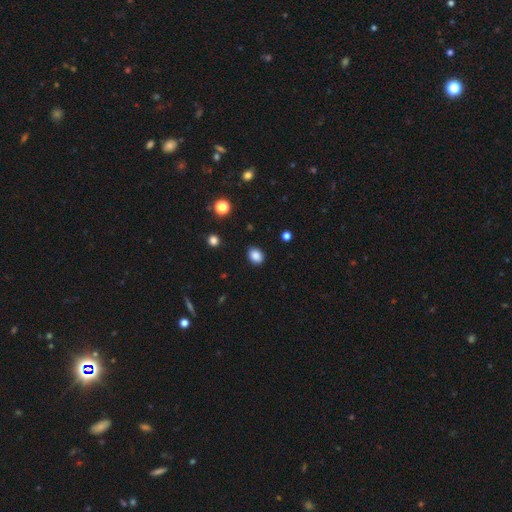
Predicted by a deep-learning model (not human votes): This is clearly a smooth galaxy (87%). How rounded: likely in between (64%). Merging: clearly none (87%).